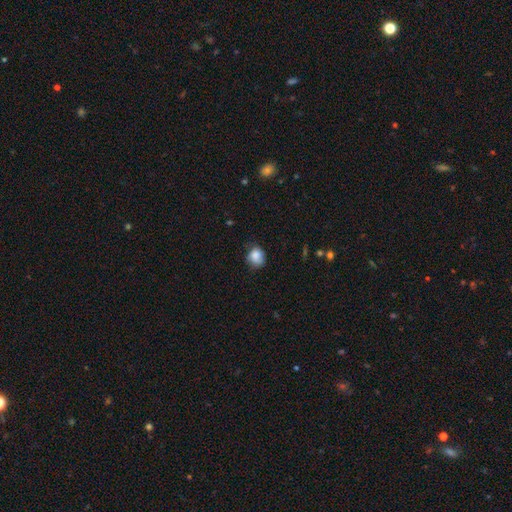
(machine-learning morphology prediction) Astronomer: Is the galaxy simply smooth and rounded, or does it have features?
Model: smooth — 83%.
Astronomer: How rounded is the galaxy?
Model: round — 68%.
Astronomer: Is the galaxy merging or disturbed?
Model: none — 59%.